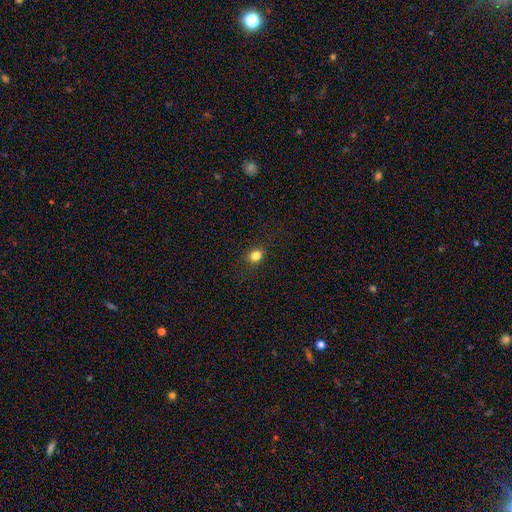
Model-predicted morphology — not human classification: Smooth or featured? Predicted: smooth (p=0.82). How rounded? Predicted: round (p=0.72). Merging? Predicted: none (p=0.89).